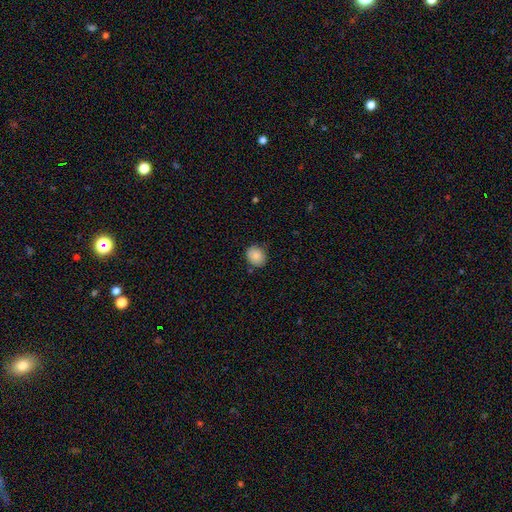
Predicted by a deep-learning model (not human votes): Q: Smooth or featured?
A: smooth (87%); runner-up: star or artifact (8%)
Q: How rounded?
A: round (59%); runner-up: in between (40%)
Q: Merging?
A: none (81%); runner-up: minor disturbance (14%)